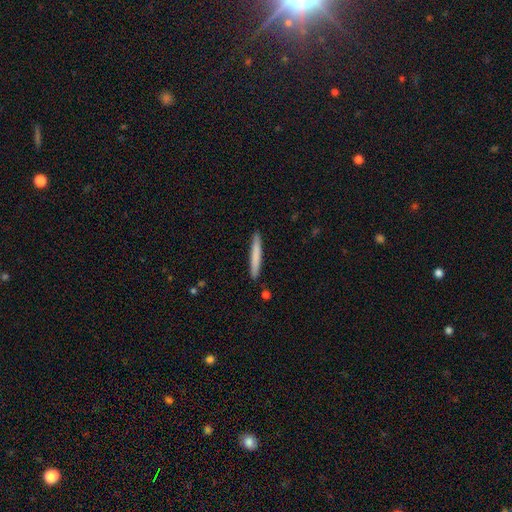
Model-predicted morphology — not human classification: This is likely a smooth galaxy (75%). How rounded: clearly cigar-shaped (96%). Merging: clearly none (90%).